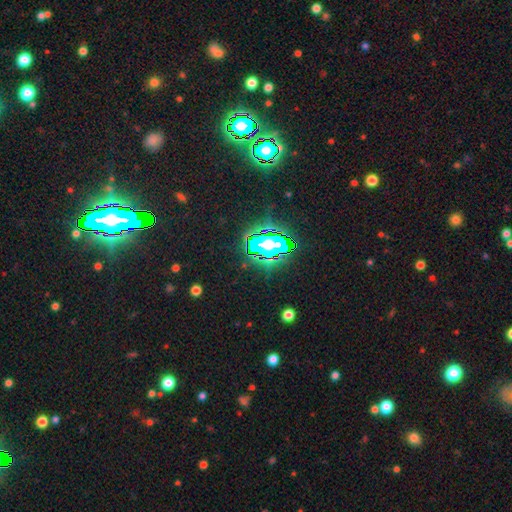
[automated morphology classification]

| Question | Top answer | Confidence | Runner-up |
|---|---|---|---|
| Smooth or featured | star or artifact | 82% | smooth (10%) |